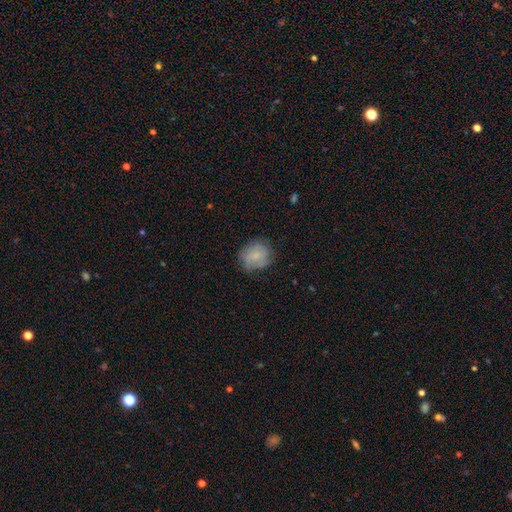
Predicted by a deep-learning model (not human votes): A smooth galaxy with no disk features (67%) that is round (71%).

Vote fractions:
- Smooth or featured? smooth: 67% / featured or disk: 25% / star or artifact: 8%
- How rounded? round: 71% / in between: 28% / cigar-shaped: 1%
- Merging? none: 67% / minor disturbance: 24% / major disturbance: 8% / merger: 1%